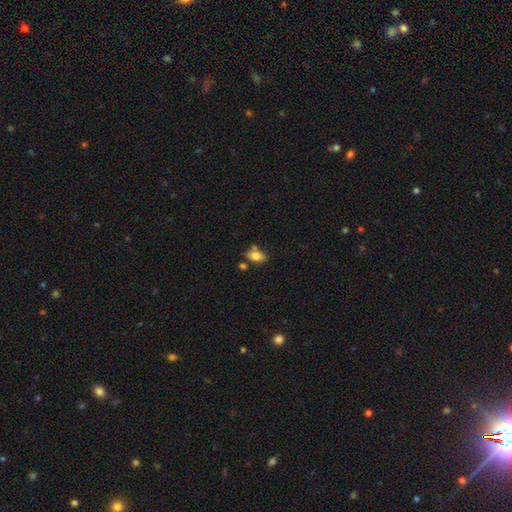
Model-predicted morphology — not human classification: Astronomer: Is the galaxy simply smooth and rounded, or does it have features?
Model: smooth — 78%.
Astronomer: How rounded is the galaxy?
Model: in between — 85%.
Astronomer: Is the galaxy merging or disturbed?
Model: none — 60%.